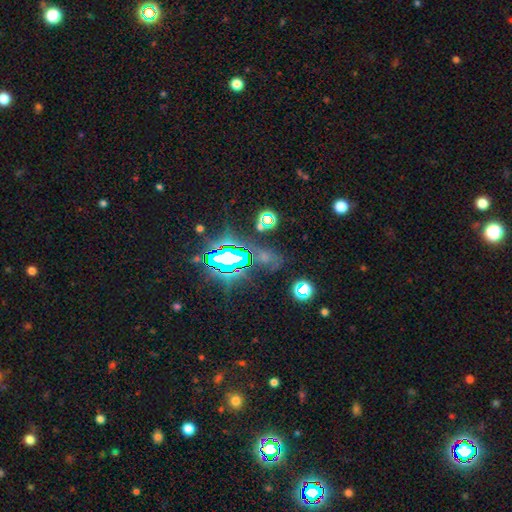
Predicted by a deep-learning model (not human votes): Morphology: type=star or artifact (80%).